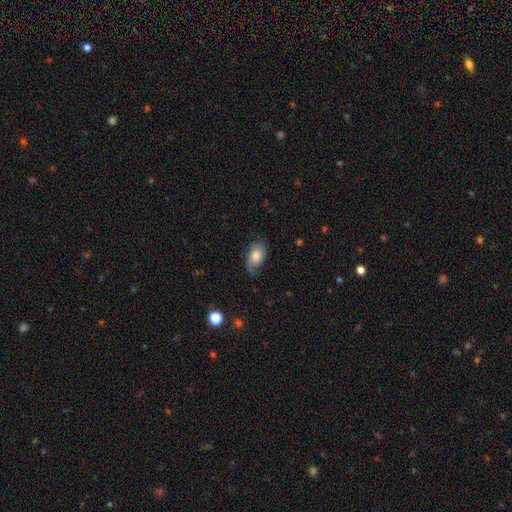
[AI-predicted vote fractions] Smooth or featured: smooth — 61% (featured or disk — 32%)
How rounded: in between — 90% (round — 7%)
Merging: none — 59% (minor disturbance — 28%)